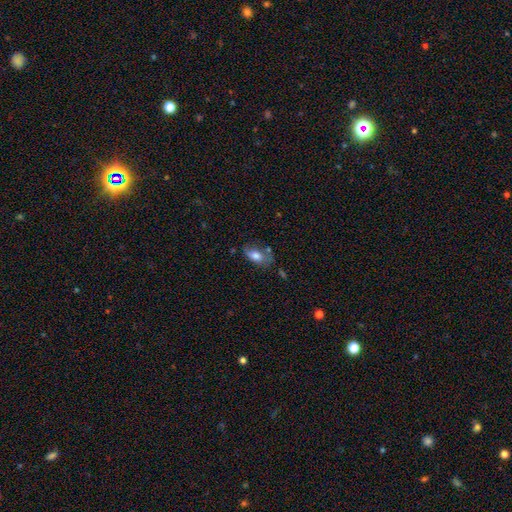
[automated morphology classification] A smooth galaxy with no disk features (72%) that is in between round and cigar-shaped (89%). Merging: none (47%).